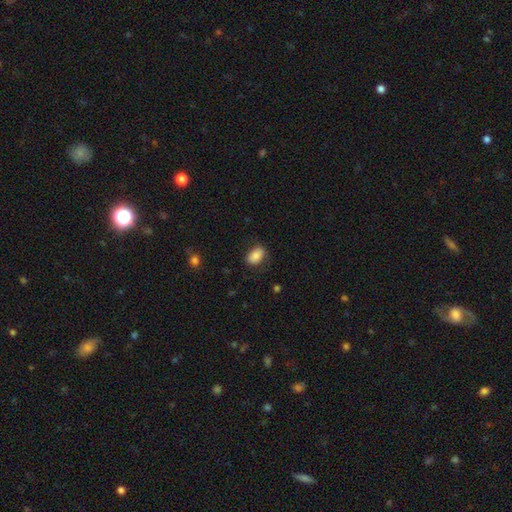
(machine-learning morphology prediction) type=smooth (82%); roundness=in between (85%); merging=none (74%).